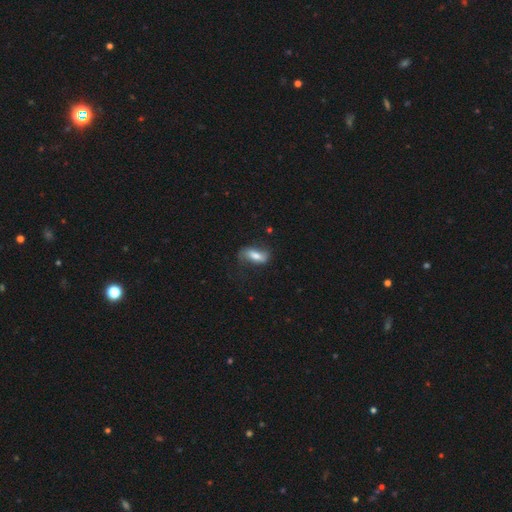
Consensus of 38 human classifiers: Morphology: type=smooth (61%); roundness=in between (91%); merging=none (61%).